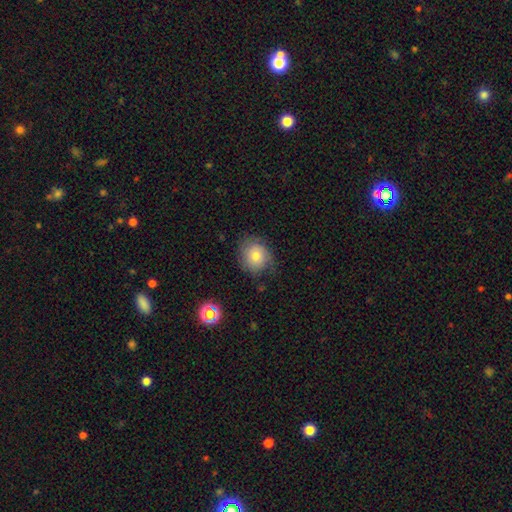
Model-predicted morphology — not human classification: A smooth galaxy with no disk features (75%) that is round (77%). Merging: none (71%).